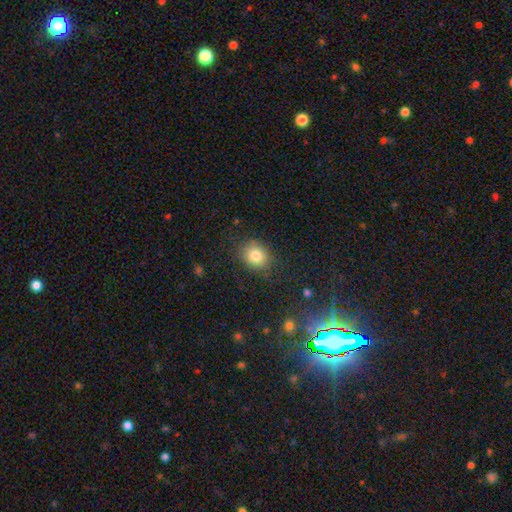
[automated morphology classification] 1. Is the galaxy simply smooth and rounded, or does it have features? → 82% smooth, 11% star or artifact, 8% featured or disk.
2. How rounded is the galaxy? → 65% round, 34% in between, 1% cigar-shaped.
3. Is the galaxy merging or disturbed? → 82% none, 12% minor disturbance, 4% major disturbance, 1% merger.